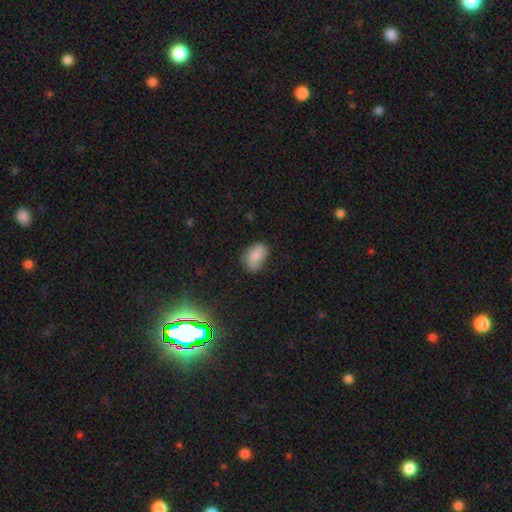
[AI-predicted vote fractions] Smooth or featured: smooth — 77% (featured or disk — 14%)
How rounded: in between — 84% (round — 14%)
Merging: none — 63% (minor disturbance — 28%)